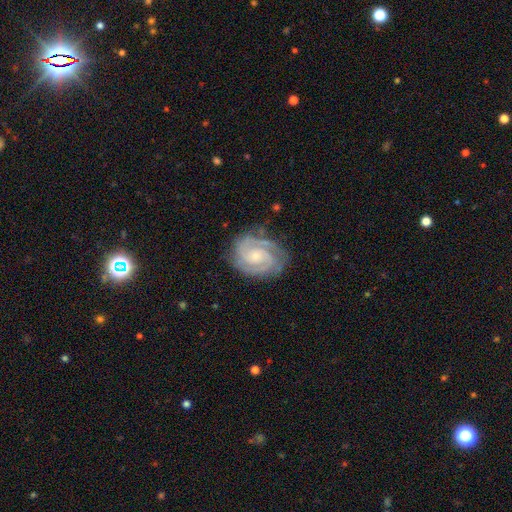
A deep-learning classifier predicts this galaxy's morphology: Overall: featured or disk (90%). Edge-on disk: no (98%). Bar: no (61%; weak 31%). Spiral arms: yes (98%). Spiral arm count: 2 (71%). Spiral winding: tight (66%; medium 30%). Bulge size: small (67%; moderate 27%). Merging: none (77%).